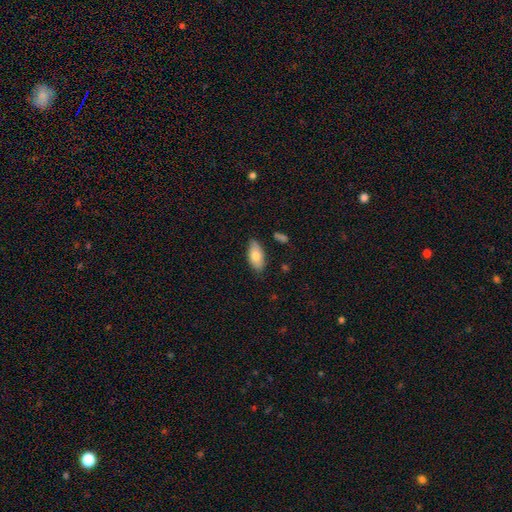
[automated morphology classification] Smooth or featured? Predicted: smooth (p=0.79). How rounded? Predicted: in between (p=0.92). Merging? Predicted: none (p=0.77).